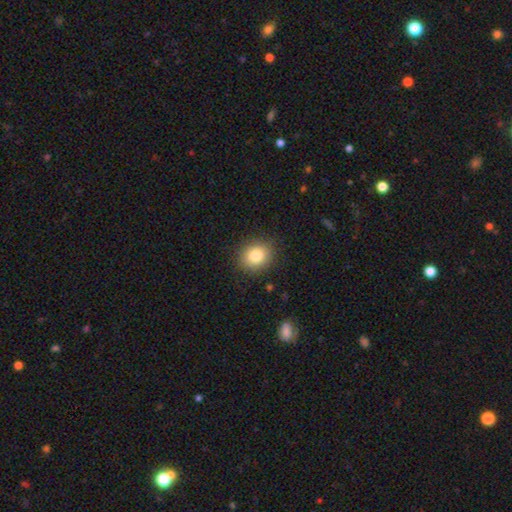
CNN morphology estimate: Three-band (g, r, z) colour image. It shows a smooth galaxy with no disk features (82%) that is round (75%). Merging: none (89%).